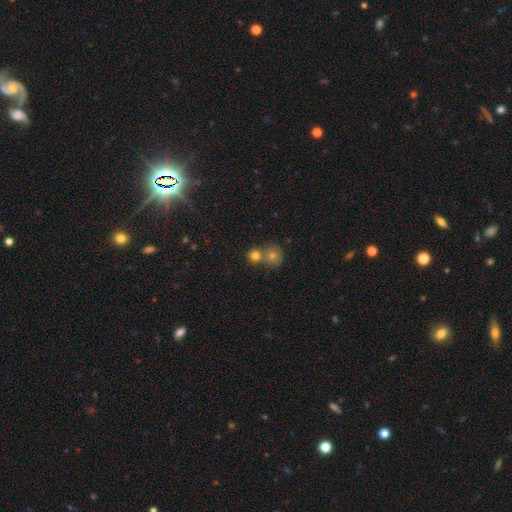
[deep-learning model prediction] smooth-or-featured: smooth: 77% | star or artifact: 13% | featured or disk: 10%
  how-rounded: round: 87% | in between: 12% | cigar-shaped: 1%
  merging: none: 46% | merger: 45% | minor disturbance: 6% | major disturbance: 2%